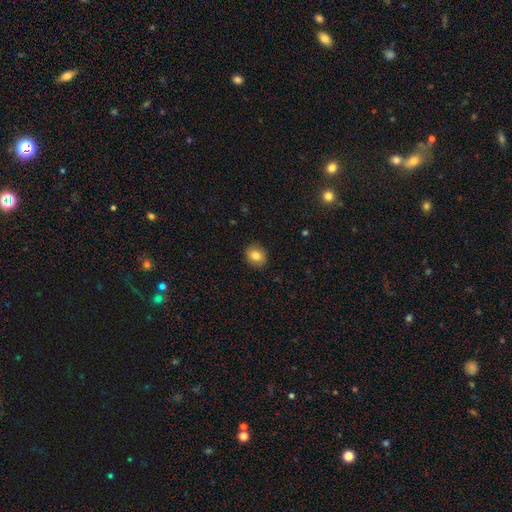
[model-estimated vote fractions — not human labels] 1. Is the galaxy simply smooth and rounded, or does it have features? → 83% smooth, 10% star or artifact, 8% featured or disk.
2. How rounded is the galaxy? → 64% round, 35% in between, 1% cigar-shaped.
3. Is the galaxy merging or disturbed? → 90% none, 7% minor disturbance, 2% major disturbance, 1% merger.